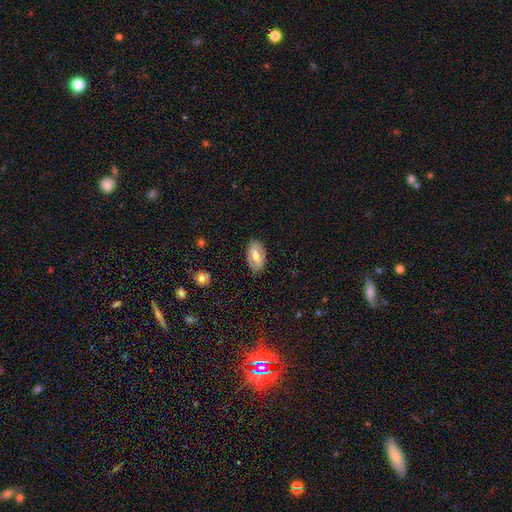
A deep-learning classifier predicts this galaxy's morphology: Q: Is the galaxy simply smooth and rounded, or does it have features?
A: smooth — 59%.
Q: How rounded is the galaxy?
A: in between — 93%.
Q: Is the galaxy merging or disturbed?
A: none — 83%.